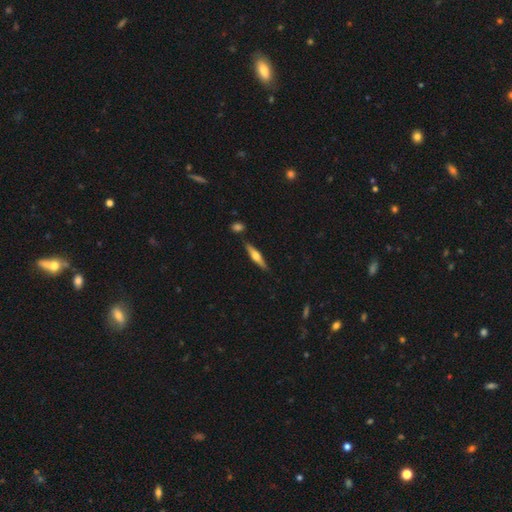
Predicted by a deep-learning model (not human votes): smooth_or_featured: featured or disk (p=0.58) [alt: smooth p=0.37]
disk_edge_on: yes (p=0.95) [alt: no p=0.05]
edge_on_bulge: rounded (p=0.91) [alt: boxy p=0.05]
merging: none (p=0.85) [alt: minor disturbance p=0.10]